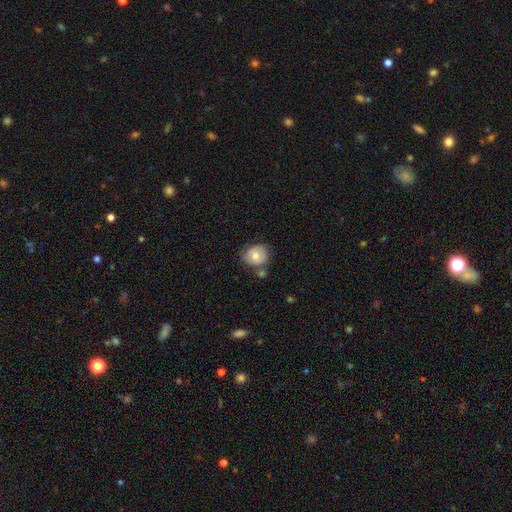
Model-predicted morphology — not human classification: smooth_or_featured: smooth (p=0.73) [alt: featured or disk p=0.20]
how_rounded: round (p=0.65) [alt: in between p=0.34]
merging: none (p=0.58) [alt: minor disturbance p=0.21]